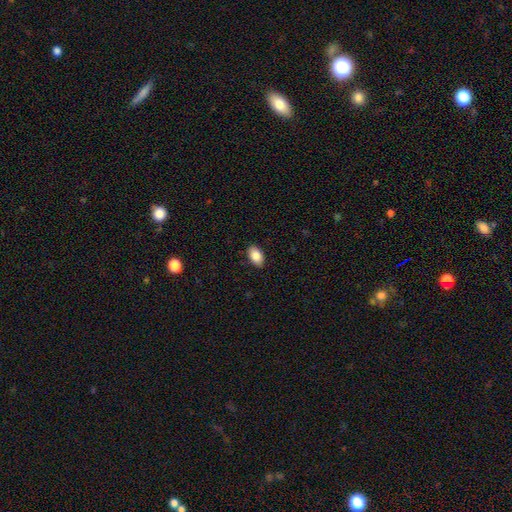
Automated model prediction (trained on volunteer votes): Smooth or featured? Predicted: smooth (p=0.87). How rounded? Predicted: in between (p=0.92). Merging? Predicted: none (p=0.88).